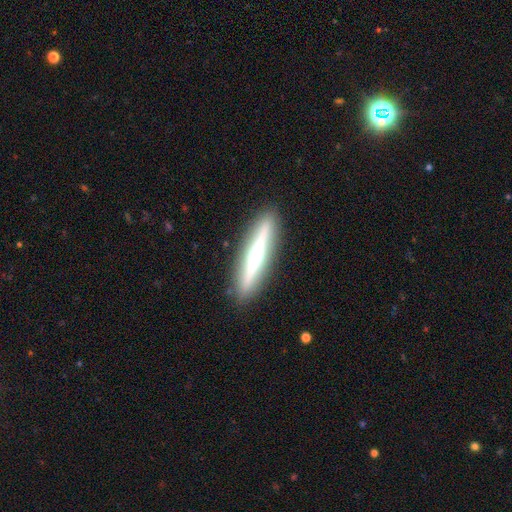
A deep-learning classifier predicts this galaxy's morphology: Overall: featured or disk (68%). Edge-on disk: yes (96%). Edge-on bulge: rounded (85%). Merging: none (91%).